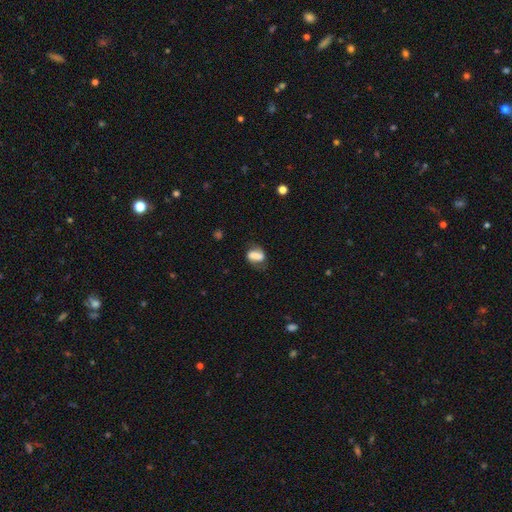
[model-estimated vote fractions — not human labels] A smooth galaxy with no disk features (60%) that is in between round and cigar-shaped (77%). Merging: none (56%).